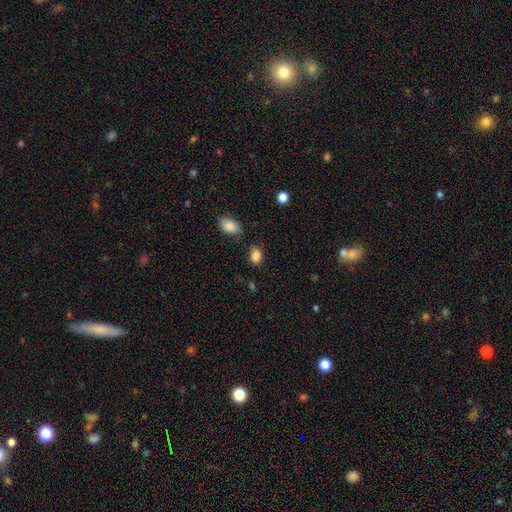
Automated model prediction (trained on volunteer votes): smooth-or-featured: smooth: 86% | star or artifact: 9% | featured or disk: 4%
  how-rounded: in between: 80% | round: 19% | cigar-shaped: 1%
  merging: none: 73% | minor disturbance: 17% | merger: 5% | major disturbance: 4%